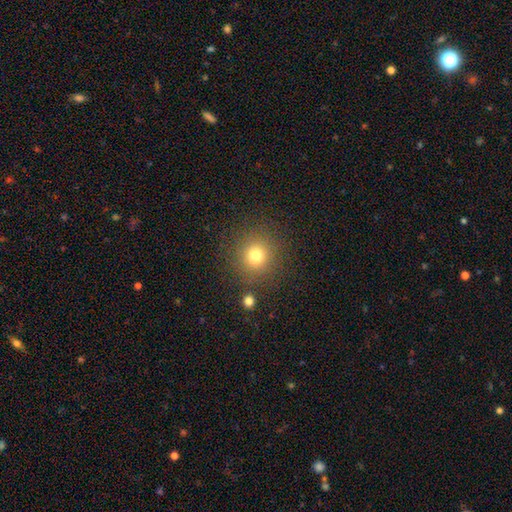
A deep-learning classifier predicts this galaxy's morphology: Smooth or featured: smooth — 75% (star or artifact — 16%)
How rounded: round — 92% (in between — 7%)
Merging: none — 86% (minor disturbance — 8%)